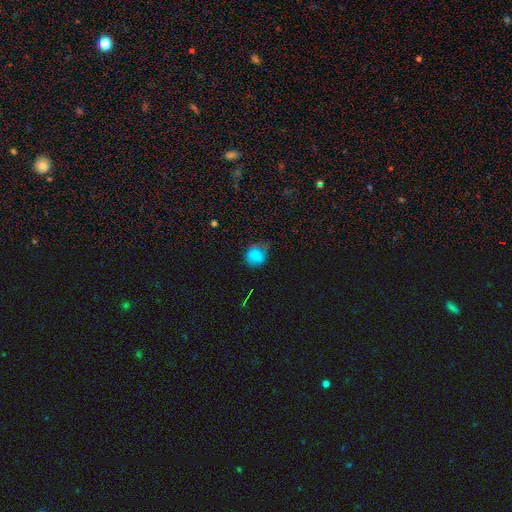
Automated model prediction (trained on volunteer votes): Smooth or featured? smooth (79%)
How rounded? round (67%)
Merging? none (52%)